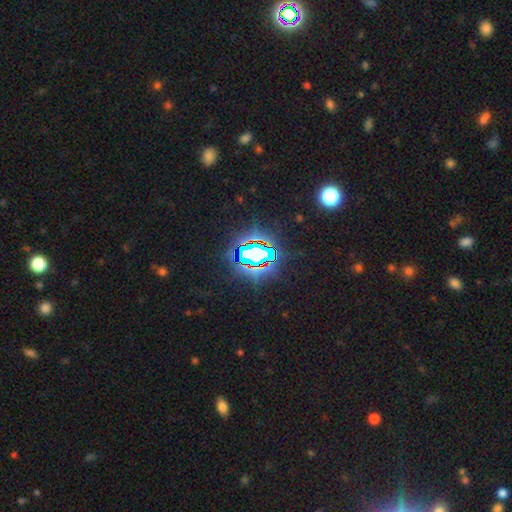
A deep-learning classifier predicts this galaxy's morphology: Smooth or featured?
  - star or artifact: 81% *
  - smooth: 12%
  - featured or disk: 7%